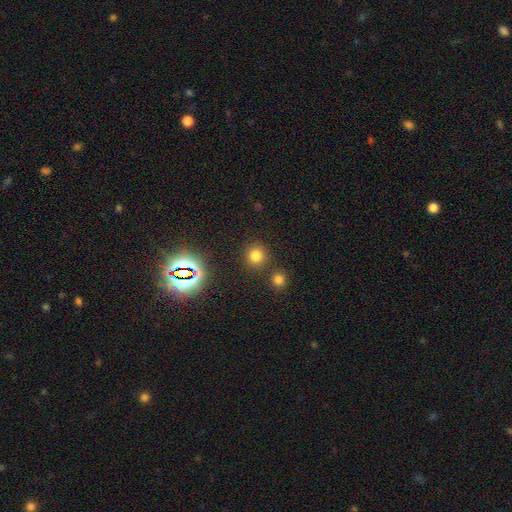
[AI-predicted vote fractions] The model was most divided on "smooth or featured": smooth: 75%, star or artifact: 20%, featured or disk: 6%. More confident: how rounded — round (91%); merging — none (84%).